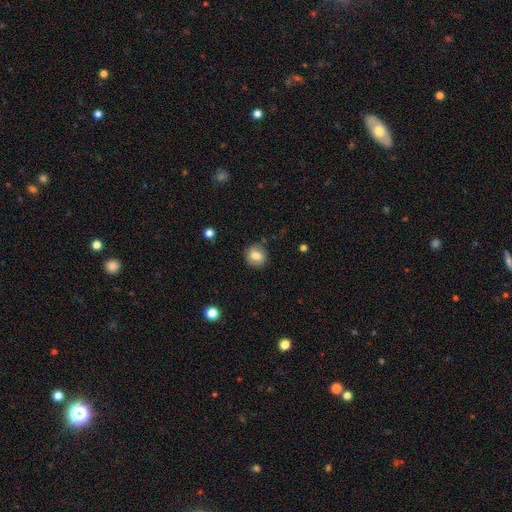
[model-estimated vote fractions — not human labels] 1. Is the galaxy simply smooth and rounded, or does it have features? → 75% smooth, 16% featured or disk, 9% star or artifact.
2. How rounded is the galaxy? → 84% round, 15% in between, 1% cigar-shaped.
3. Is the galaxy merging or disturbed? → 85% none, 10% minor disturbance, 3% major disturbance, 1% merger.